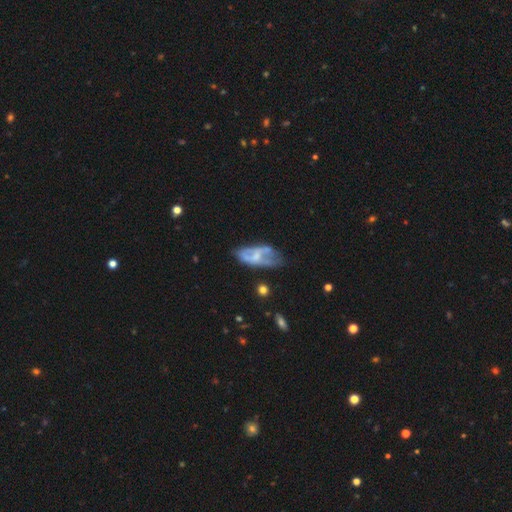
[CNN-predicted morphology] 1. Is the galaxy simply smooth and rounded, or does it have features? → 57% featured or disk, 35% smooth, 8% star or artifact.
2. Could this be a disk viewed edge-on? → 91% no, 9% yes.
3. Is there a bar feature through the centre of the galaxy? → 63% no, 28% weak, 9% strong.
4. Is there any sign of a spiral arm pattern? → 64% no, 36% yes.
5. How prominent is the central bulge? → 37% none, 32% small, 26% moderate, 4% large, 1% dominant.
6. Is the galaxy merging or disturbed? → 38% none, 28% minor disturbance, 25% major disturbance, 9% merger.